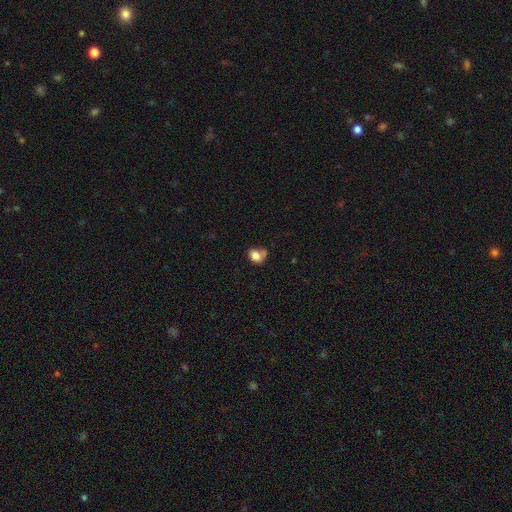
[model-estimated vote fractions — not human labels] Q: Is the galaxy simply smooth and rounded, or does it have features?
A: smooth — 79%.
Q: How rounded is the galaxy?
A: in between — 61%.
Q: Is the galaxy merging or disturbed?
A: none — 40%.